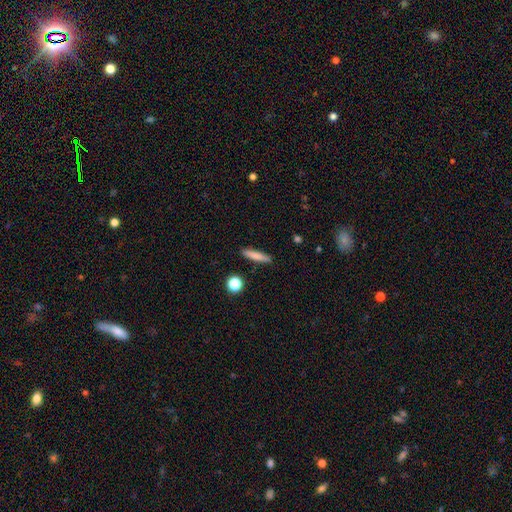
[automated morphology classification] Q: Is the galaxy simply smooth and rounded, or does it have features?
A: smooth — 80%.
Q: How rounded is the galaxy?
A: cigar-shaped — 87%.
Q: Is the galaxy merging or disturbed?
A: none — 89%.